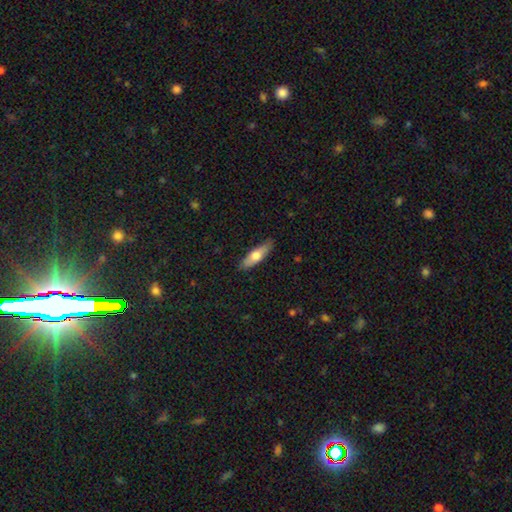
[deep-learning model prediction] Overall: smooth (62%; featured or disk 32%). How rounded: cigar-shaped (55%; in between 43%). Merging: none (87%).